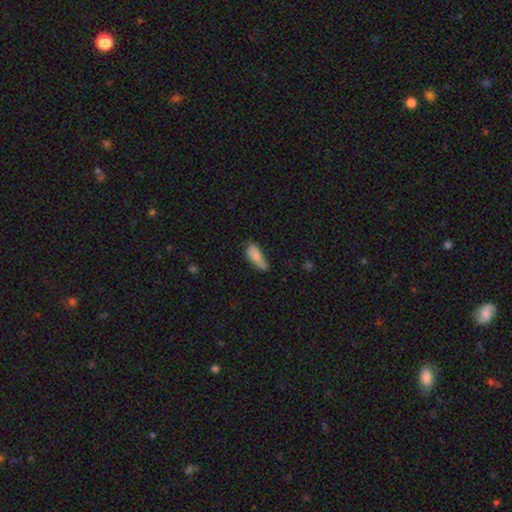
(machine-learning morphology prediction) smooth 74%, featured or disk 19%, star or artifact 8%. Down the decision tree: how rounded — in between (77%); merging — none (40%).